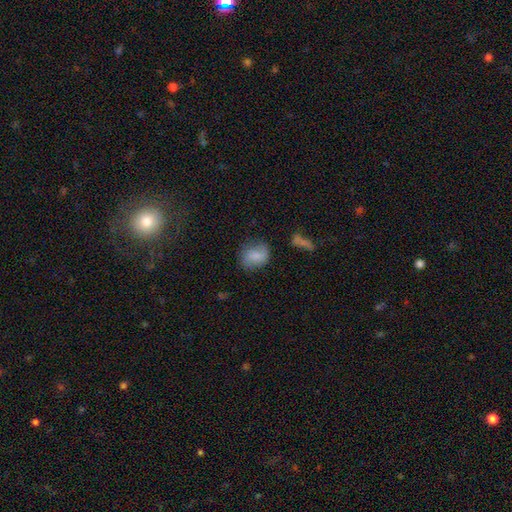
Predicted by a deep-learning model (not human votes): Smooth or featured: smooth — 76% (featured or disk — 16%)
How rounded: in between — 53% (round — 46%)
Merging: none — 68% (minor disturbance — 22%)